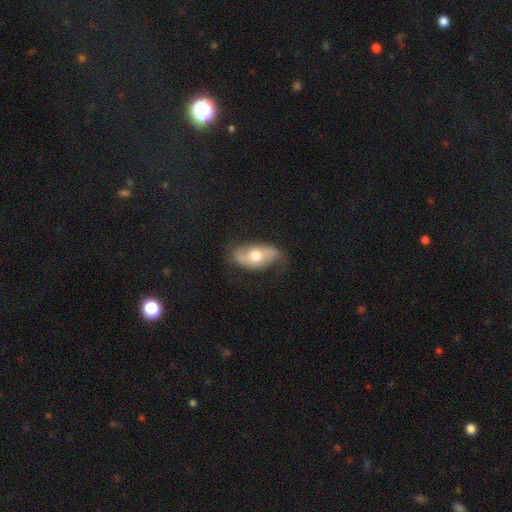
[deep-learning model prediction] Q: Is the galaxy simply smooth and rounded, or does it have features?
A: featured or disk — 64%.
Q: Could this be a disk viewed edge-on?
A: no — 91%.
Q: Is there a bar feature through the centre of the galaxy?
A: no — 57%.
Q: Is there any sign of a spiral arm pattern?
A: yes — 80%.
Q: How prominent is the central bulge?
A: moderate — 73%.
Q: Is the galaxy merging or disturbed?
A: none — 65%.